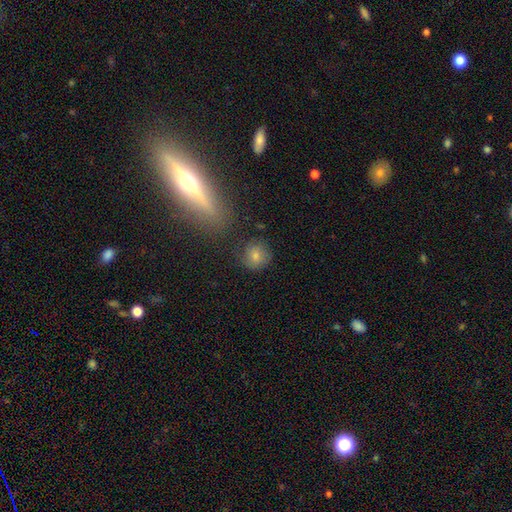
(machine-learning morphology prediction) A smooth galaxy with no disk features (79%) that is round (88%).

Vote fractions:
- Smooth or featured? smooth: 79% / star or artifact: 11% / featured or disk: 11%
- How rounded? round: 88% / in between: 11% / cigar-shaped: 1%
- Merging? none: 77% / minor disturbance: 13% / major disturbance: 5% / merger: 5%